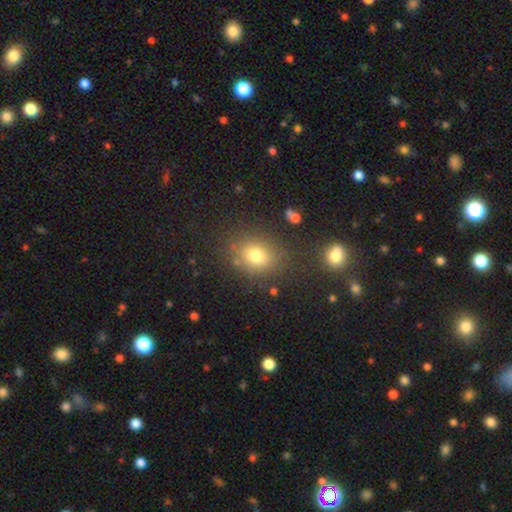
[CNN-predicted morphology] This is likely a smooth galaxy (76%). How rounded: possibly round (57%). Merging: clearly none (80%).